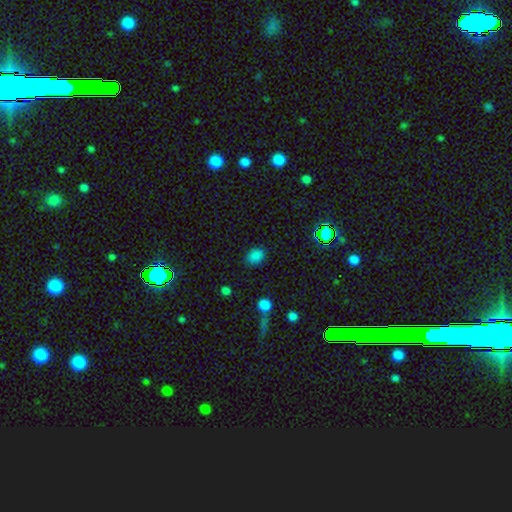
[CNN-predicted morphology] This appears to be a smooth galaxy with no disk features (81%) that is in between round and cigar-shaped (64%). Merging: none (83%).